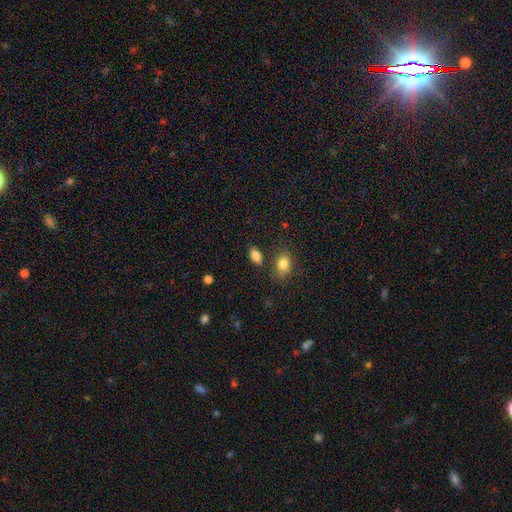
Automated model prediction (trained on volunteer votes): smooth-or-featured: smooth: 86% | star or artifact: 9% | featured or disk: 5%
  how-rounded: in between: 89% | round: 8% | cigar-shaped: 3%
  merging: none: 80% | minor disturbance: 11% | merger: 5% | major disturbance: 3%